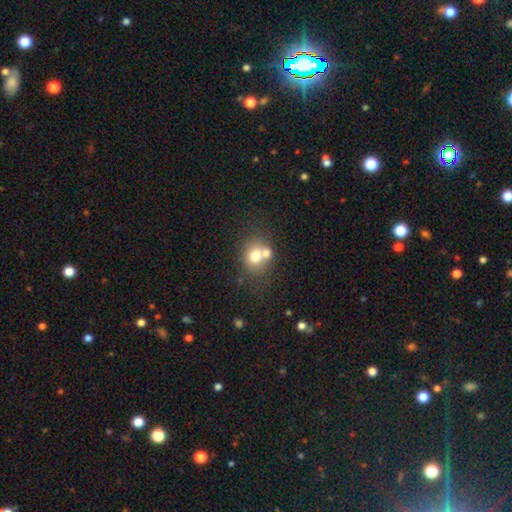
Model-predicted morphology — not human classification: A smooth galaxy with no disk features (70%) that is round (67%). Merging: merger (43%, tied with none).